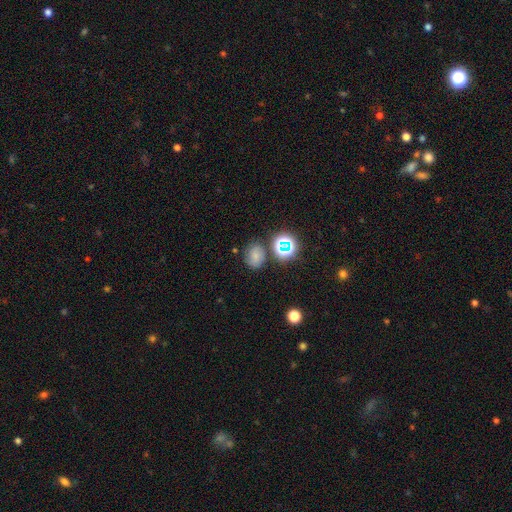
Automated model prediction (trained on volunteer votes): smooth-or-featured: smooth: 64% | star or artifact: 24% | featured or disk: 12%
  how-rounded: in between: 51% | round: 48% | cigar-shaped: 1%
  merging: none: 72% | minor disturbance: 16% | merger: 7% | major disturbance: 5%